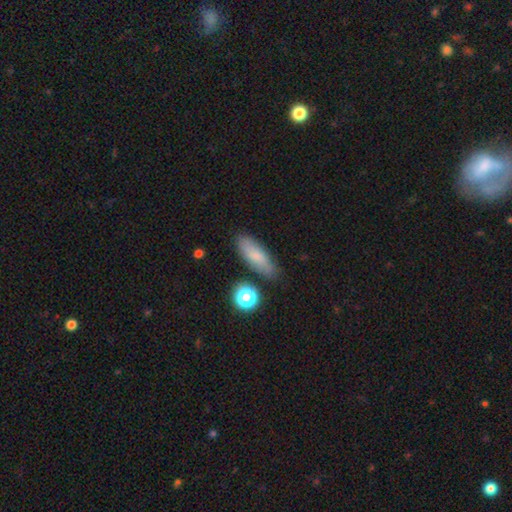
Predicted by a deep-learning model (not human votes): This appears to be a smooth galaxy with no disk features (77%) that is in between round and cigar-shaped (56%). Merging: none (79%).